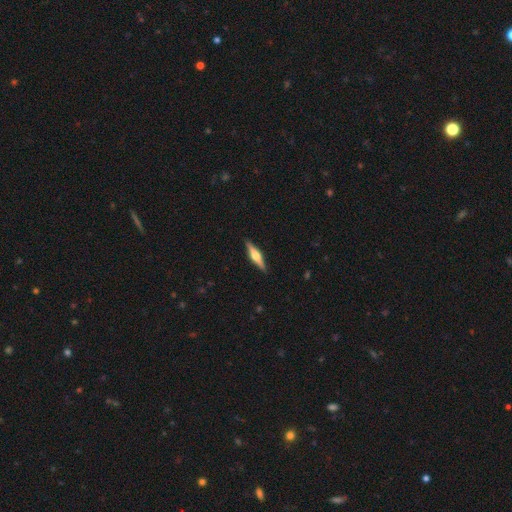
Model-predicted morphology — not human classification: Smooth or featured? featured or disk (68%)
Edge-on disk? yes (97%)
Edge-on bulge? rounded (93%)
Merging? none (91%)